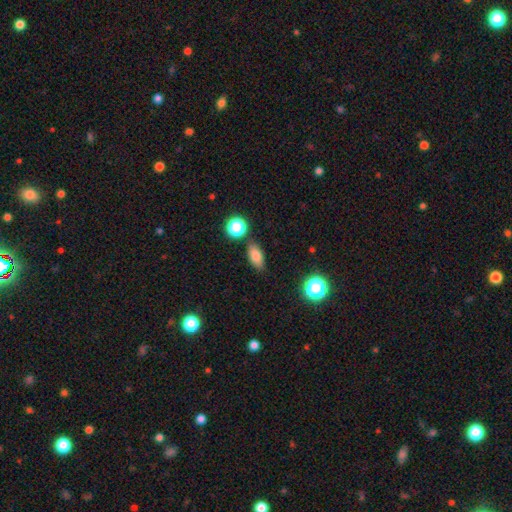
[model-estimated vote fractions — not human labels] Smooth or featured: smooth — 82% (star or artifact — 11%)
How rounded: in between — 85% (round — 8%)
Merging: none — 82% (minor disturbance — 11%)